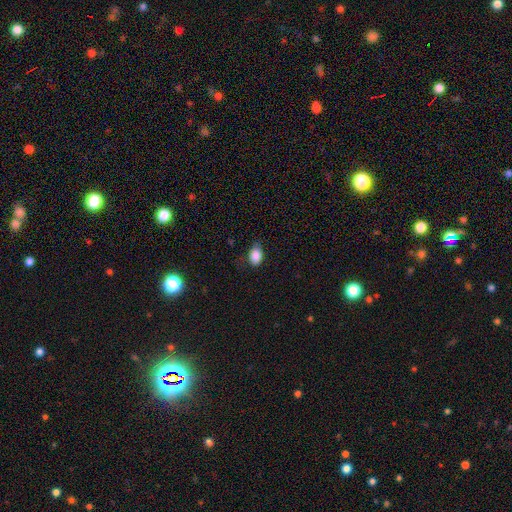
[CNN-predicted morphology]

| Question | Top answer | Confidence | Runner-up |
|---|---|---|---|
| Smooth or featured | smooth | 87% | star or artifact (9%) |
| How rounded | in between | 82% | round (17%) |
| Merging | none | 69% | minor disturbance (25%) |